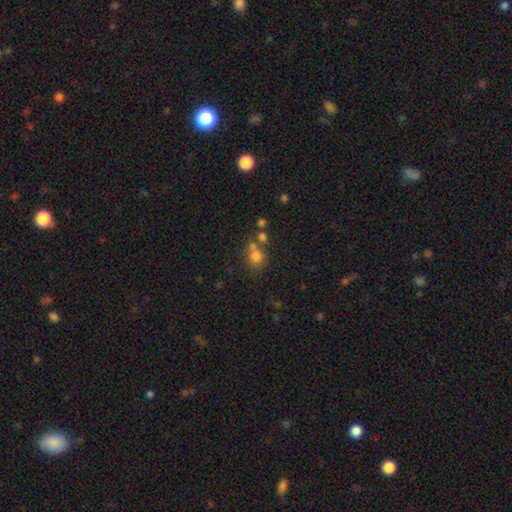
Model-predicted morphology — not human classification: Q: Smooth or featured?
A: smooth (74%); runner-up: star or artifact (16%)
Q: How rounded?
A: round (80%); runner-up: in between (19%)
Q: Merging?
A: none (53%); runner-up: merger (31%)